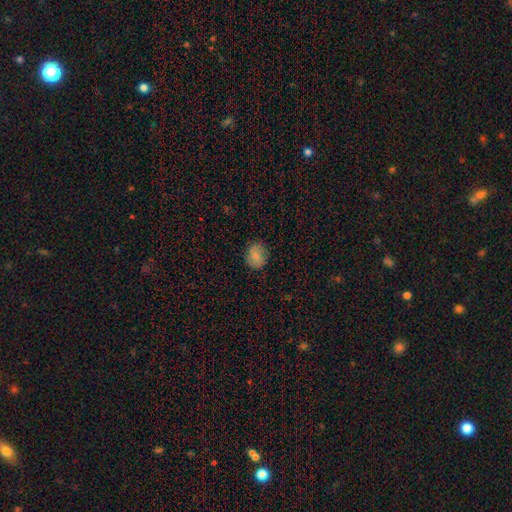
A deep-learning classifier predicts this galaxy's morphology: type=smooth (80%); roundness=round (62%); merging=none (83%).